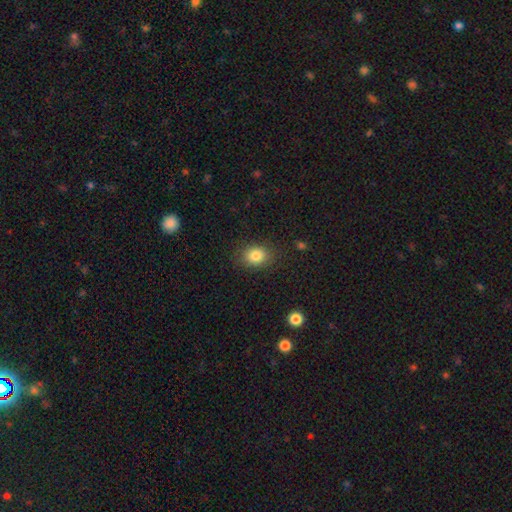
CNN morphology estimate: This is clearly a smooth galaxy (83%). How rounded: possibly in between (52%). Merging: clearly none (85%).